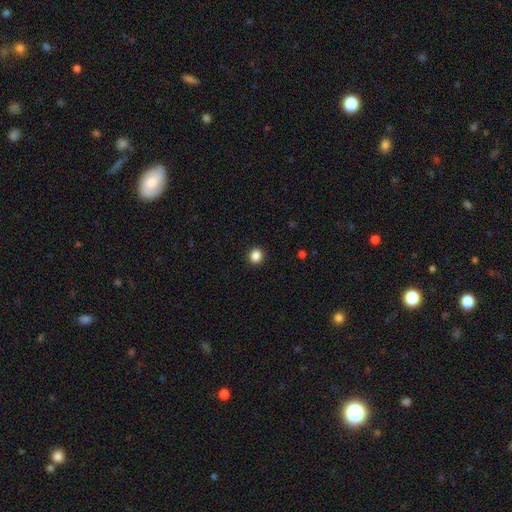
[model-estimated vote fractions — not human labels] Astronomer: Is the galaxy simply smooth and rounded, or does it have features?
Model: smooth — 86%.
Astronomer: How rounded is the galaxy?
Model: round — 80%.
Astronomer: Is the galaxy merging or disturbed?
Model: none — 92%.